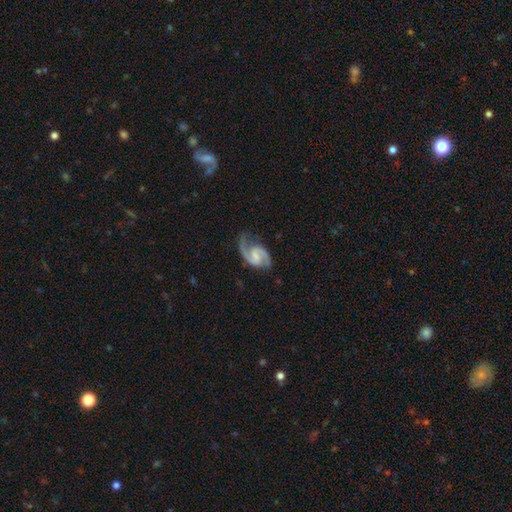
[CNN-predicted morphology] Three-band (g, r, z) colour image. It shows a featured or disk galaxy (91%) with a weak bar (53%), 2 (93%) medium (60%) spiral arms (98%) and no central bulge (36%). Merging: none (74%).